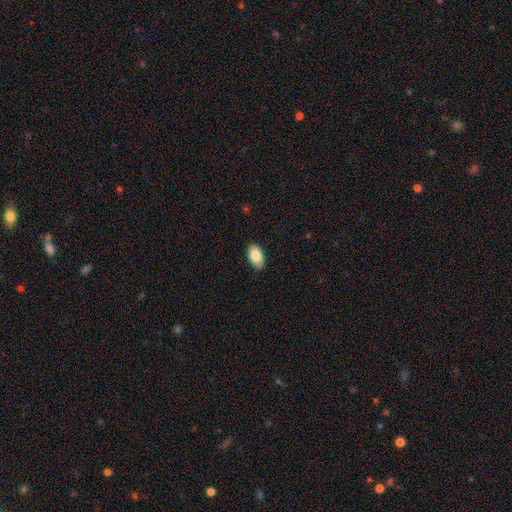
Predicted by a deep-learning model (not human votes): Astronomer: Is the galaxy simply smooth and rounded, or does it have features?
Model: smooth — 86%.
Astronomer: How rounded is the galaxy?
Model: in between — 94%.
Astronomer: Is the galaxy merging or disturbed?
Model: none — 85%.